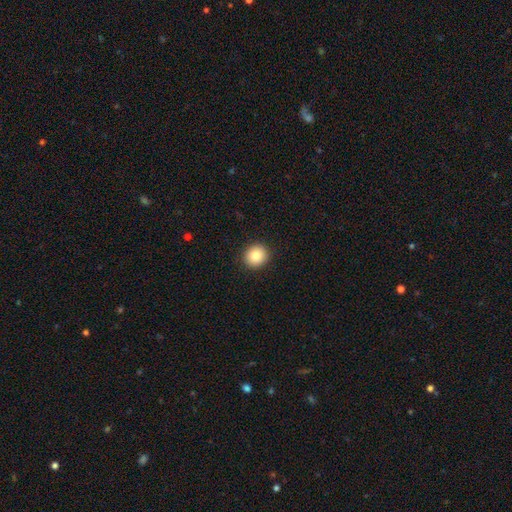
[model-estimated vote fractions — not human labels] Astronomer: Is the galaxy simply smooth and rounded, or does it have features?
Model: smooth — 85%.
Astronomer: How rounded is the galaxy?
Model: round — 89%.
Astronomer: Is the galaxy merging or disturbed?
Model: none — 92%.